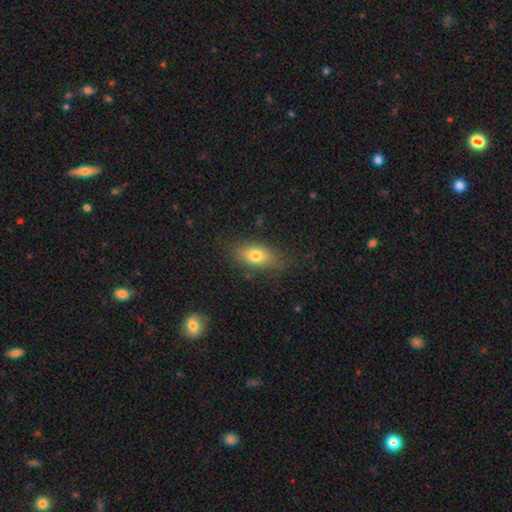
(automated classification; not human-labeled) smooth-or-featured: smooth: 77% | featured or disk: 14% | star or artifact: 10%
  how-rounded: in between: 81% | round: 13% | cigar-shaped: 6%
  merging: none: 74% | minor disturbance: 18% | major disturbance: 6% | merger: 2%